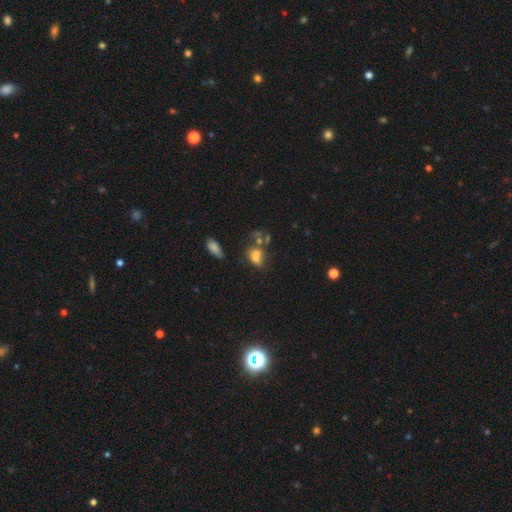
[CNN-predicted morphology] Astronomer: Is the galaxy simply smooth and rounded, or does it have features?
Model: smooth — 64%.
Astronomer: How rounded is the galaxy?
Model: in between — 75%.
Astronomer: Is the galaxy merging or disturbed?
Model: merger — 35% (runner-up: none, 29%).